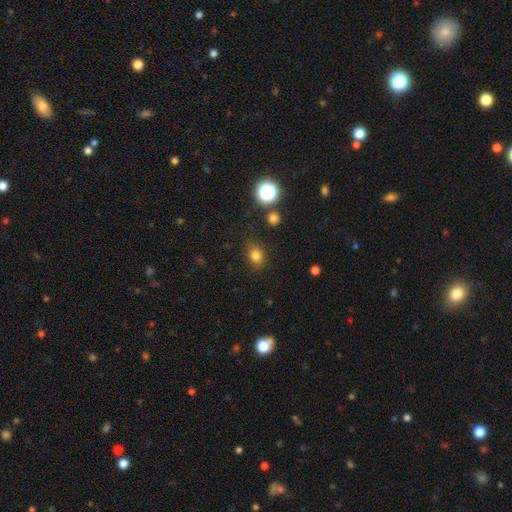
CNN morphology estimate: Smooth or featured?
  - smooth: 79% *
  - star or artifact: 15%
  - featured or disk: 6%
How rounded?
  - in between: 54% *
  - round: 45%
  - cigar-shaped: 1%
Merging?
  - none: 82% *
  - minor disturbance: 12%
  - major disturbance: 4%
  - merger: 2%